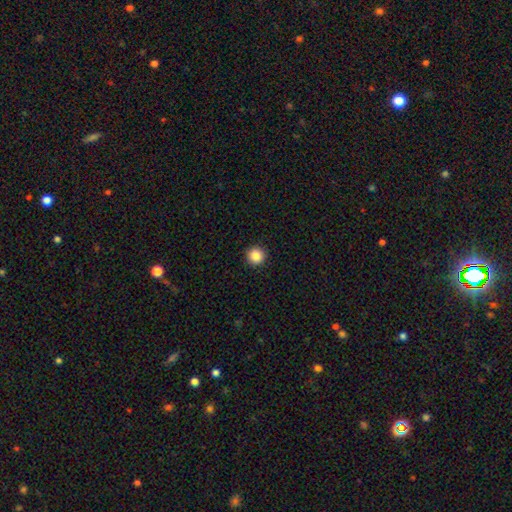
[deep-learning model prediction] Smooth or featured?
  - smooth: 86% *
  - star or artifact: 10%
  - featured or disk: 4%
How rounded?
  - round: 96% *
  - in between: 3%
  - cigar-shaped: 1%
Merging?
  - none: 93% *
  - minor disturbance: 4%
  - major disturbance: 1%
  - merger: 1%